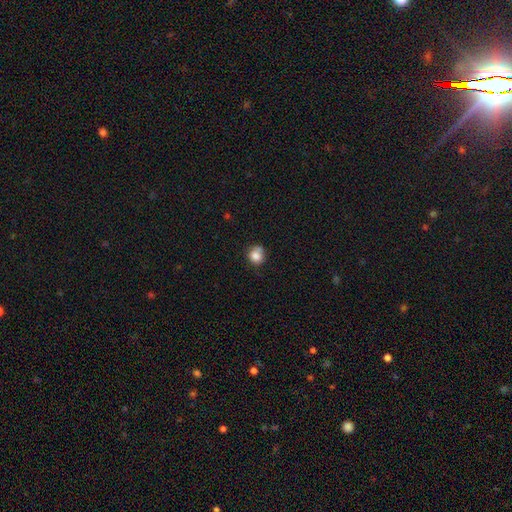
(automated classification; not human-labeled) smooth_or_featured: smooth (p=0.81) [alt: star or artifact p=0.10]
how_rounded: round (p=0.76) [alt: in between p=0.23]
merging: none (p=0.54) [alt: minor disturbance p=0.24]